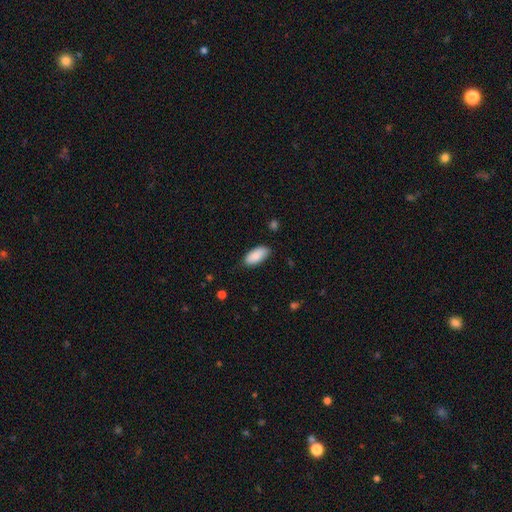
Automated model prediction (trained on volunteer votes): Smooth or featured?
  - smooth: 88% *
  - star or artifact: 6%
  - featured or disk: 6%
How rounded?
  - in between: 92% *
  - cigar-shaped: 6%
  - round: 2%
Merging?
  - none: 81% *
  - minor disturbance: 16%
  - major disturbance: 3%
  - merger: 1%